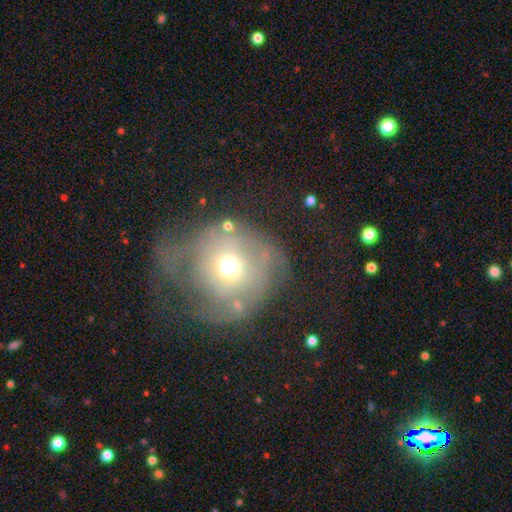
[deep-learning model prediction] Smooth or featured? Predicted: featured or disk (p=0.52). Edge-on disk? Predicted: no (p=0.95). Merging? Predicted: none (p=0.48).